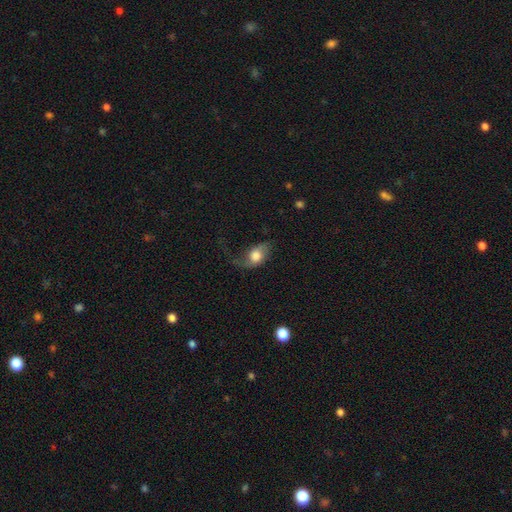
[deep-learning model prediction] Smooth or featured?
  - smooth: 60% *
  - featured or disk: 32%
  - star or artifact: 8%
How rounded?
  - in between: 76% *
  - round: 21%
  - cigar-shaped: 3%
Merging?
  - major disturbance: 39% *
  - none: 33%
  - minor disturbance: 25%
  - merger: 3%